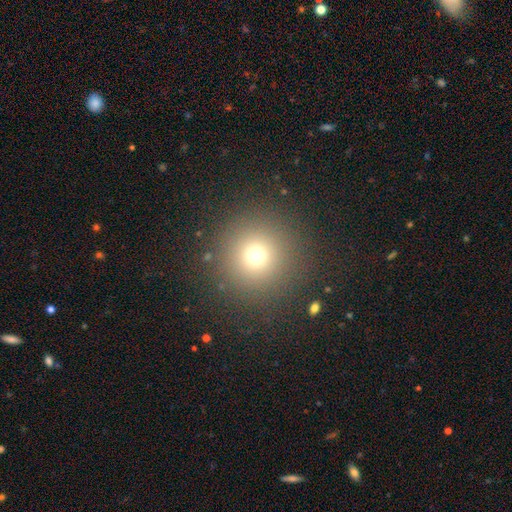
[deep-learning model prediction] Smooth or featured? Predicted: smooth (p=0.71). How rounded? Predicted: round (p=0.96). Merging? Predicted: none (p=0.89).